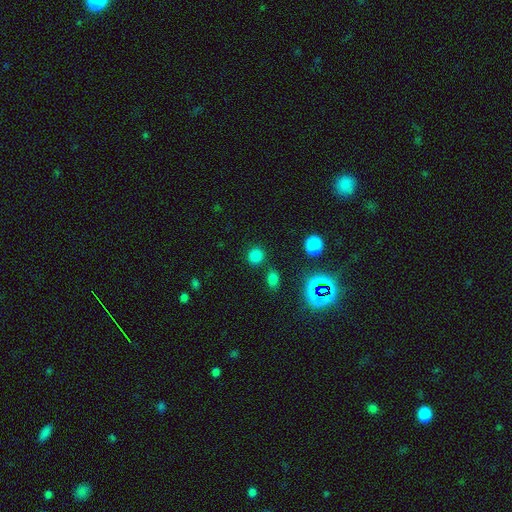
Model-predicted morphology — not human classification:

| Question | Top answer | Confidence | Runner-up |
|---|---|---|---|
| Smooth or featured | smooth | 74% | star or artifact (22%) |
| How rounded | round | 83% | in between (16%) |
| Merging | none | 81% | minor disturbance (10%) |